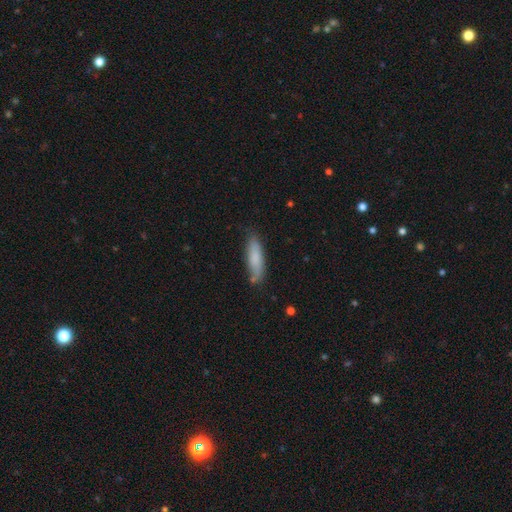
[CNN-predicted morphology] This appears to be a smooth galaxy with no disk features (78%) that is cigar-shaped (67%). Merging: none (73%).